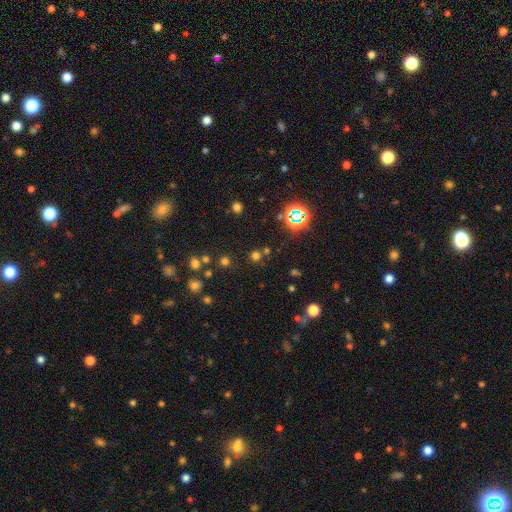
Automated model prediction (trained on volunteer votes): Smooth or featured?
  - smooth: 53% *
  - star or artifact: 40%
  - featured or disk: 8%
How rounded?
  - round: 91% *
  - in between: 7%
  - cigar-shaped: 1%
Merging?
  - none: 76% *
  - merger: 13%
  - minor disturbance: 7%
  - major disturbance: 4%